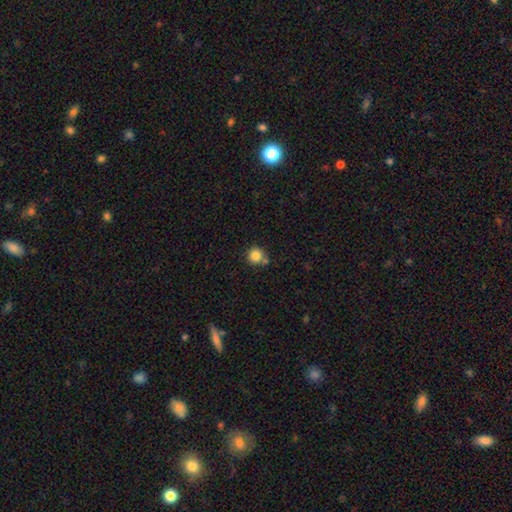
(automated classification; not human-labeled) A smooth galaxy with no disk features (83%) that is round (94%). Merging: none (71%).